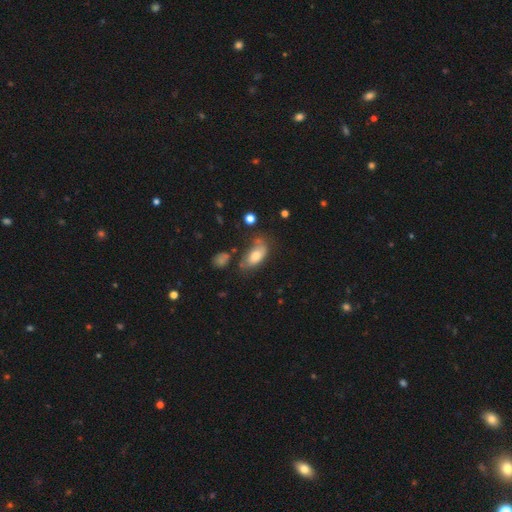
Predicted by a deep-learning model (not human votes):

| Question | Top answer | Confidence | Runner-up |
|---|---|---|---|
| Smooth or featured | smooth | 71% | featured or disk (21%) |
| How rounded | in between | 90% | cigar-shaped (6%) |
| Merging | none | 45% | minor disturbance (30%) |